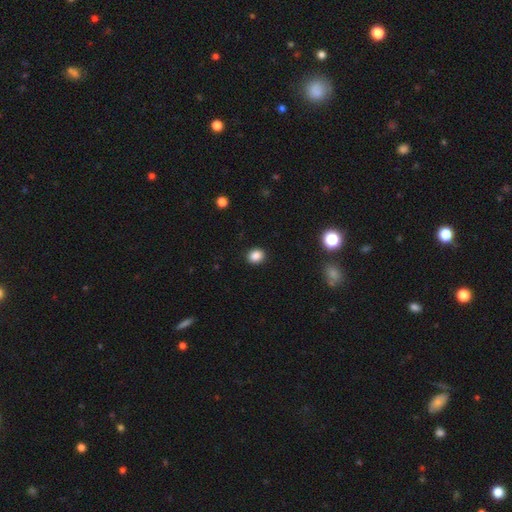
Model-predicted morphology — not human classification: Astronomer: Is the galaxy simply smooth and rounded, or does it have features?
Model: smooth — 86%.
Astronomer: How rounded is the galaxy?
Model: round — 67%.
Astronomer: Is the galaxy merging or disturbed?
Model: none — 91%.